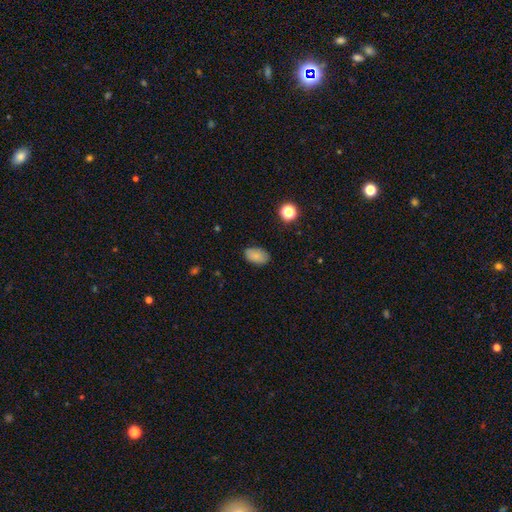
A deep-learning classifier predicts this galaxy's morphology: smooth_or_featured: smooth (p=0.84) [alt: star or artifact p=0.09]
how_rounded: in between (p=0.91) [alt: round p=0.08]
merging: none (p=0.85) [alt: minor disturbance p=0.11]